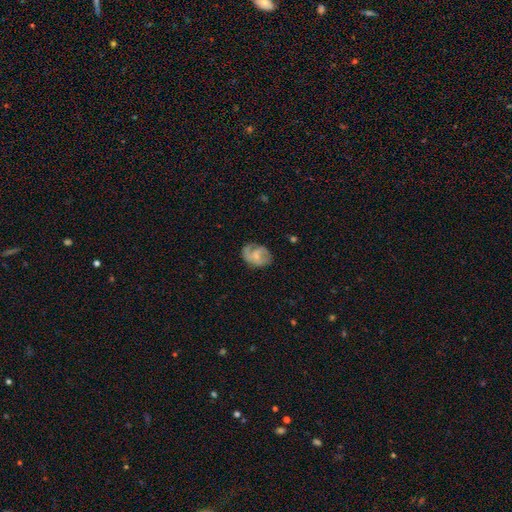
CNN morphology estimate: This appears to be a featured or disk galaxy (58%) with no bar (57%), spiral arms (81%) and a small central bulge (53%). Merging: none (57%).